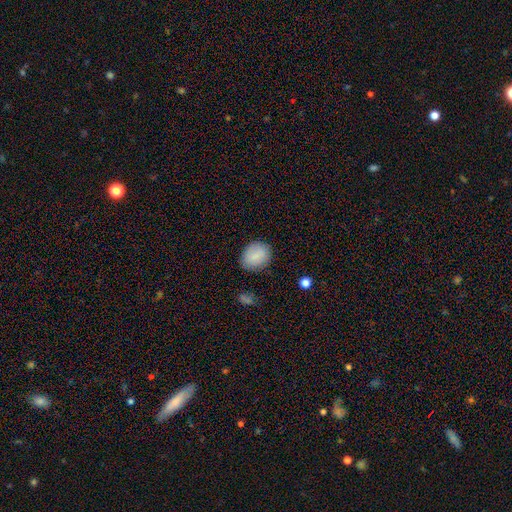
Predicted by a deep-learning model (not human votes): Morphology: type=smooth (84%); roundness=round (52%); merging=none (82%).